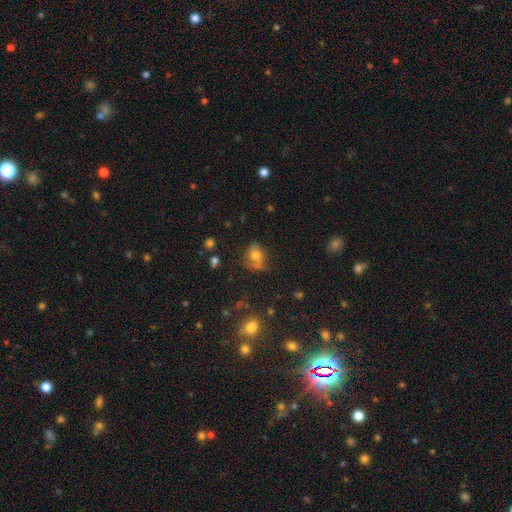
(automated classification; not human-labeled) Smooth or featured? smooth (67%)
How rounded? round (53%)
Merging? none (48%)